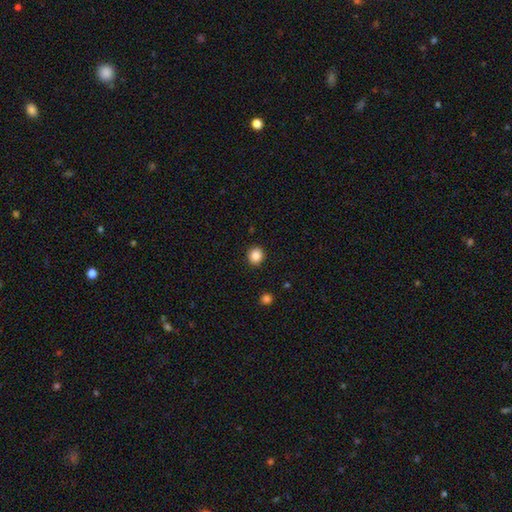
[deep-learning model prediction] A smooth galaxy with no disk features (86%) that is round (83%).

Vote fractions:
- Smooth or featured? smooth: 86% / star or artifact: 11% / featured or disk: 3%
- How rounded? round: 83% / in between: 16% / cigar-shaped: 1%
- Merging? none: 91% / minor disturbance: 6% / major disturbance: 2% / merger: 1%